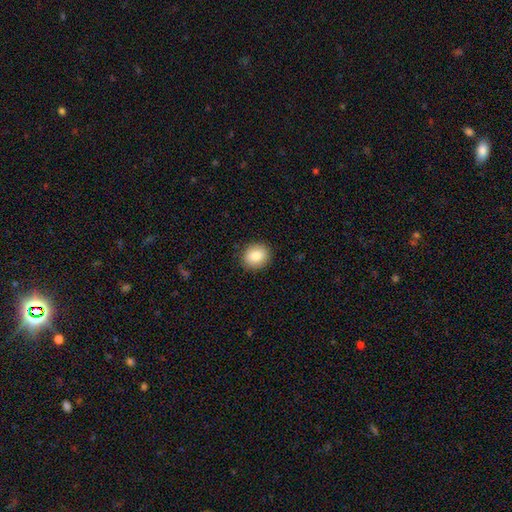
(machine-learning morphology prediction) A smooth galaxy with no disk features (86%) that is round (66%). Merging: none (89%).